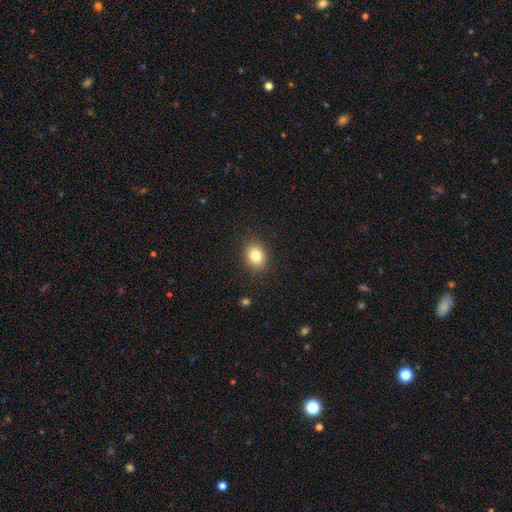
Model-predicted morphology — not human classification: Smooth or featured? Predicted: smooth (p=0.82). How rounded? Predicted: in between (p=0.55). Merging? Predicted: none (p=0.89).